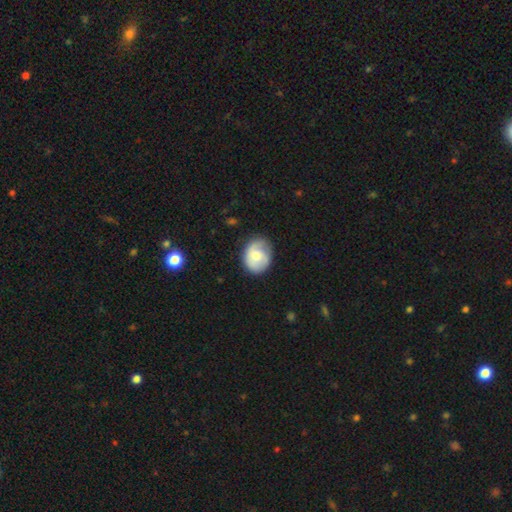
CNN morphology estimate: This is possibly a smooth galaxy (54%). How rounded: possibly round (57%). Merging: likely none (67%).